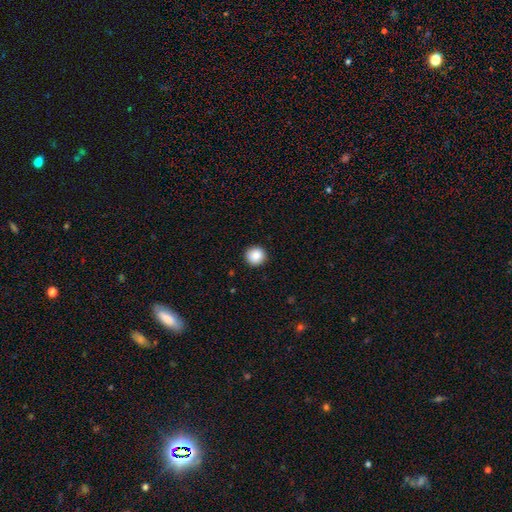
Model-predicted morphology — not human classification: Smooth or featured?
  - smooth: 87% *
  - star or artifact: 9%
  - featured or disk: 5%
How rounded?
  - round: 95% *
  - in between: 4%
  - cigar-shaped: 1%
Merging?
  - none: 92% *
  - minor disturbance: 6%
  - major disturbance: 2%
  - merger: 1%